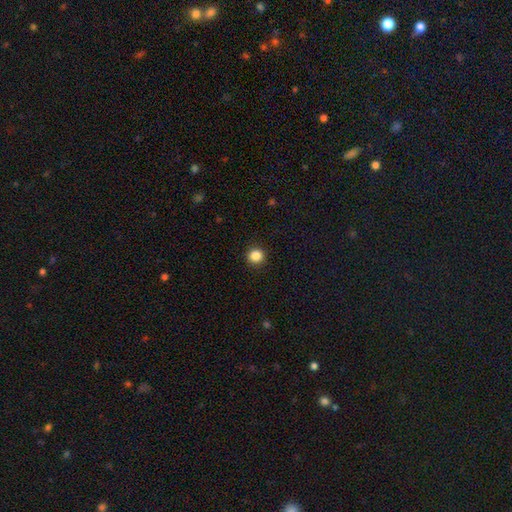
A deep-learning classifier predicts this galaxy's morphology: A smooth galaxy with no disk features (86%) that is round (94%).

Vote fractions:
- Smooth or featured? smooth: 86% / star or artifact: 11% / featured or disk: 3%
- How rounded? round: 94% / in between: 5% / cigar-shaped: 1%
- Merging? none: 92% / minor disturbance: 5% / major disturbance: 2% / merger: 1%